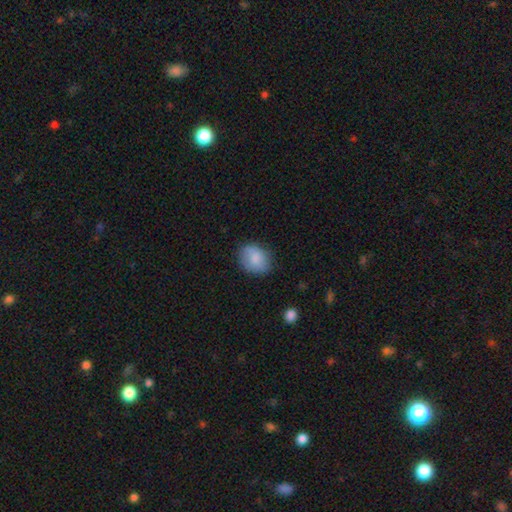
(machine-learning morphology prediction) smooth_or_featured: smooth (p=0.79) [alt: featured or disk p=0.13]
how_rounded: in between (p=0.51) [alt: round p=0.48]
merging: none (p=0.76) [alt: minor disturbance p=0.18]